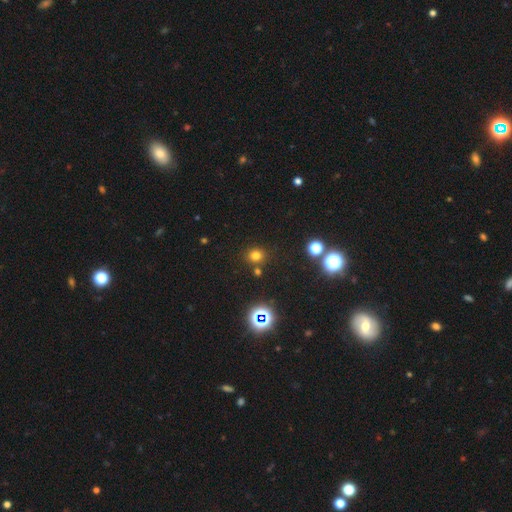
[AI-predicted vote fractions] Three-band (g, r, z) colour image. It shows a smooth galaxy with no disk features (70%) that is round (81%). Merging: none (80%).